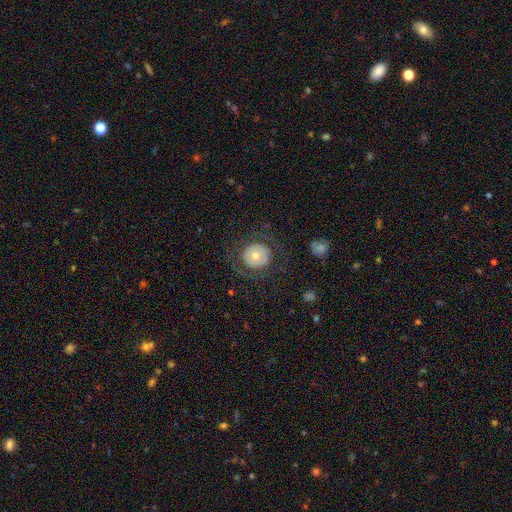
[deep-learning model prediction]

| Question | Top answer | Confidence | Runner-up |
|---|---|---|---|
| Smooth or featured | smooth | 53% | featured or disk (39%) |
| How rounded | round | 89% | in between (10%) |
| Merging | none | 72% | major disturbance (15%) |